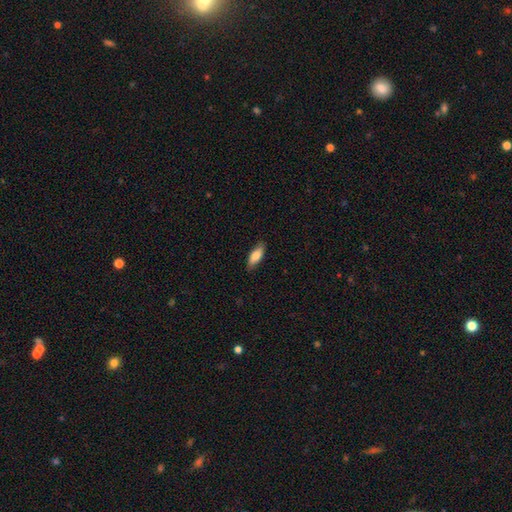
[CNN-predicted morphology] Smooth or featured? Predicted: smooth (p=0.81). How rounded? Predicted: in between (p=0.70). Merging? Predicted: none (p=0.84).